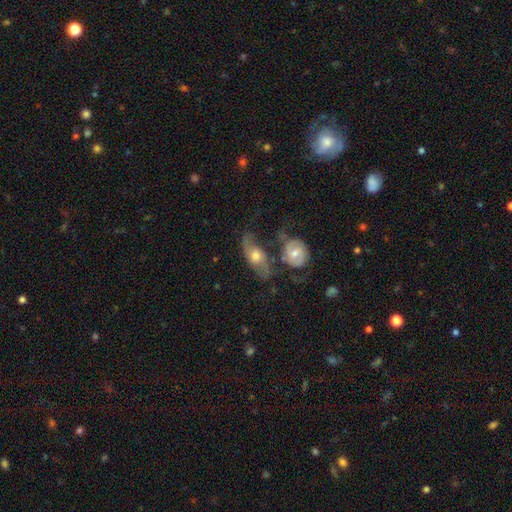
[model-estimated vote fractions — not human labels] A featured or disk galaxy (55%).

Vote fractions:
- Smooth or featured? featured or disk: 55% / smooth: 38% / star or artifact: 7%
- Edge-on disk? no: 79% / yes: 21%
- Merging? none: 47% / minor disturbance: 20% / merger: 20% / major disturbance: 13%